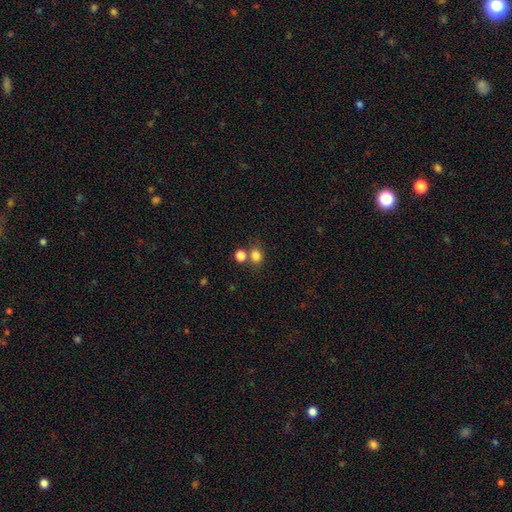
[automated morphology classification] smooth_or_featured: smooth (p=0.81) [alt: star or artifact p=0.13]
how_rounded: round (p=0.62) [alt: in between p=0.37]
merging: none (p=0.59) [alt: merger p=0.26]